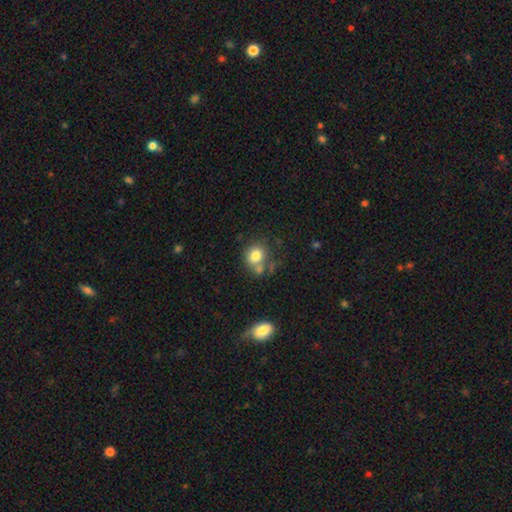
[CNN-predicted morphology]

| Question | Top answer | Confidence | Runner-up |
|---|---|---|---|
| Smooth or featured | smooth | 78% | featured or disk (11%) |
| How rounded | round | 76% | in between (23%) |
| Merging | none | 53% | merger (25%) |